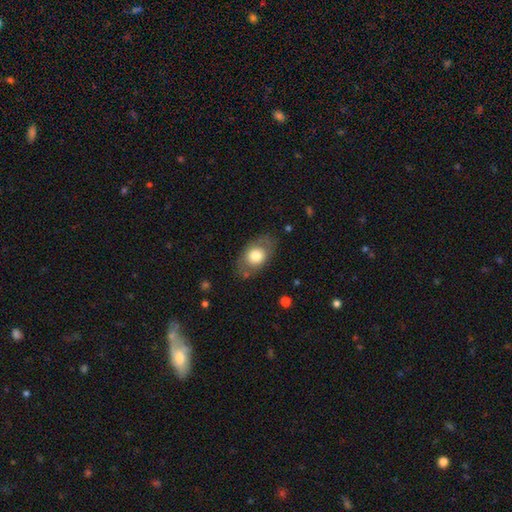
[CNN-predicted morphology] A smooth galaxy with no disk features (65%) that is in between round and cigar-shaped (80%). Merging: none (75%).